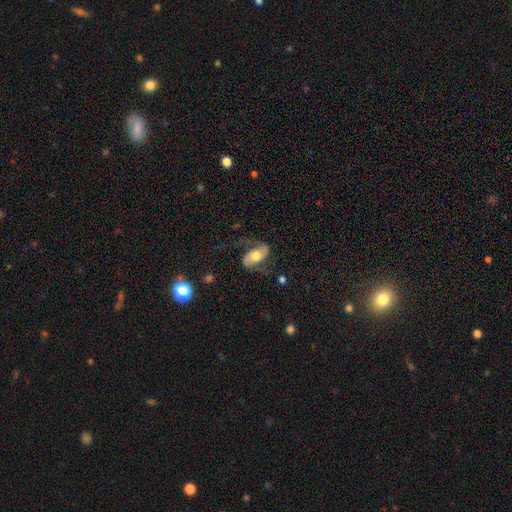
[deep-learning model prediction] Smooth or featured? Predicted: featured or disk (p=0.76). Edge-on disk? Predicted: no (p=0.95). Bar? Predicted: no (p=0.52). Spiral arms? Predicted: yes (p=0.93). Spiral winding? Predicted: loose (p=0.55). Spiral arm count? Predicted: 2 (p=0.90). Bulge size? Predicted: moderate (p=0.66). Merging? Predicted: none (p=0.61).